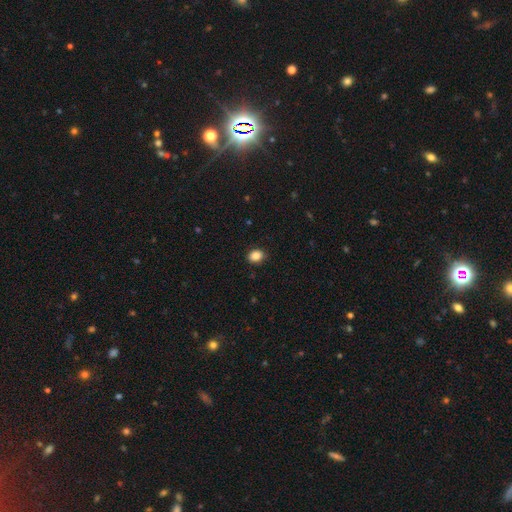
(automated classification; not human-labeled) The model was most divided on "how rounded": in between: 54%, round: 45%, cigar-shaped: 1%. More confident: merging — none (89%); smooth or featured — smooth (87%).